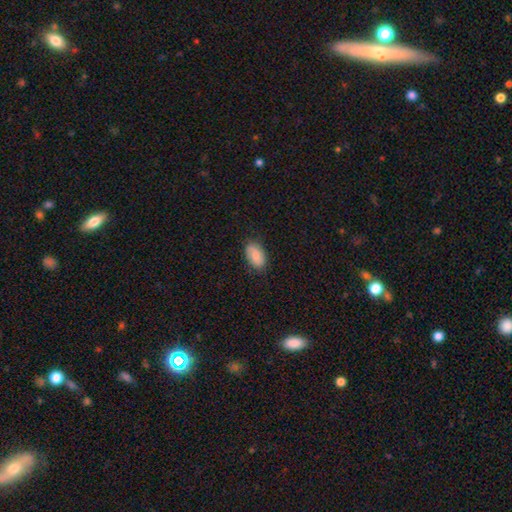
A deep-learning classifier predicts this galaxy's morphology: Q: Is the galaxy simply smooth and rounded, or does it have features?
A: smooth — 77%.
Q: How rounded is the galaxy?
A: in between — 92%.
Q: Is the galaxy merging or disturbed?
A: none — 80%.